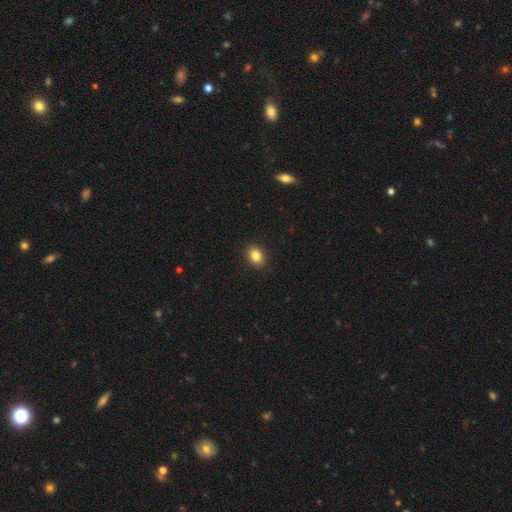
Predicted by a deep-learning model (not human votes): This is clearly a smooth galaxy (85%). How rounded: likely in between (72%). Merging: clearly none (90%).